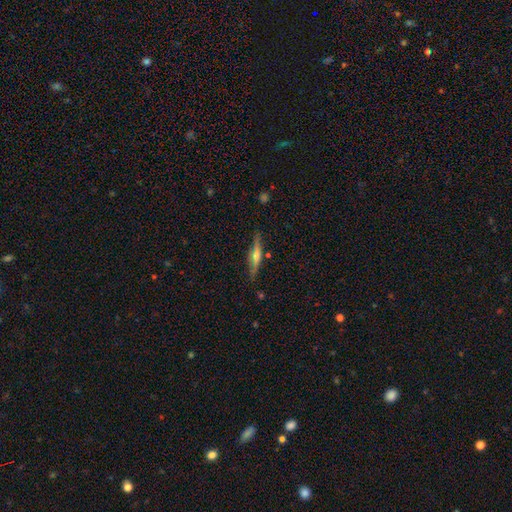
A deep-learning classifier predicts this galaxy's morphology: This appears to be a featured or disk galaxy (63%) viewed edge-on (95%) with a rounded central bulge (79%). Merging: none (84%).